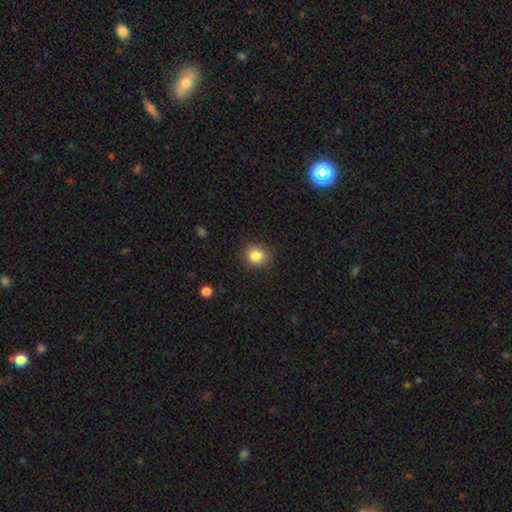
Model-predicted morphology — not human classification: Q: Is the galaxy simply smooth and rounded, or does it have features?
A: smooth — 85%.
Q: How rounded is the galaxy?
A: round — 83%.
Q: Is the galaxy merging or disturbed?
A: none — 88%.